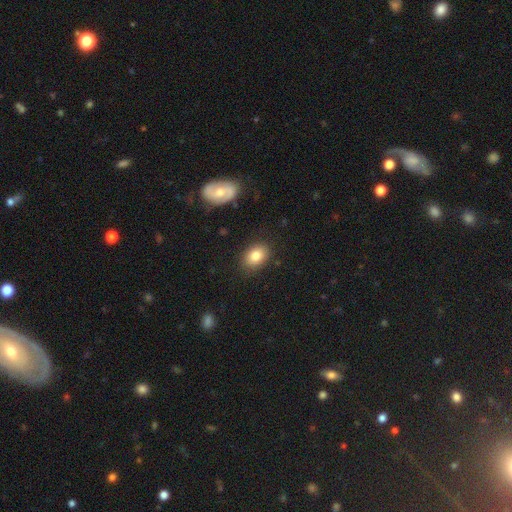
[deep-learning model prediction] Morphology: type=smooth (82%); roundness=in between (77%); merging=none (85%).